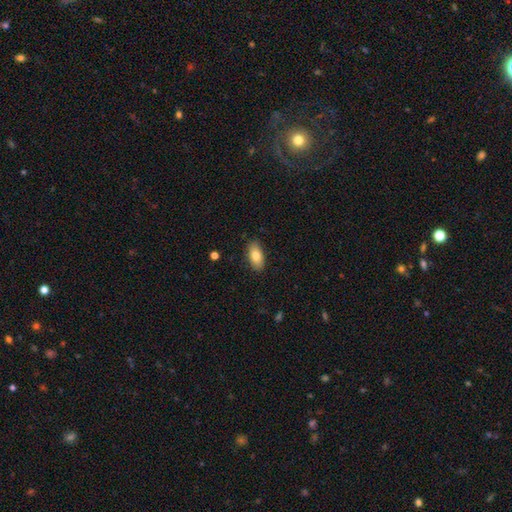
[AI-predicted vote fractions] Smooth or featured? smooth (83%)
How rounded? in between (91%)
Merging? none (85%)